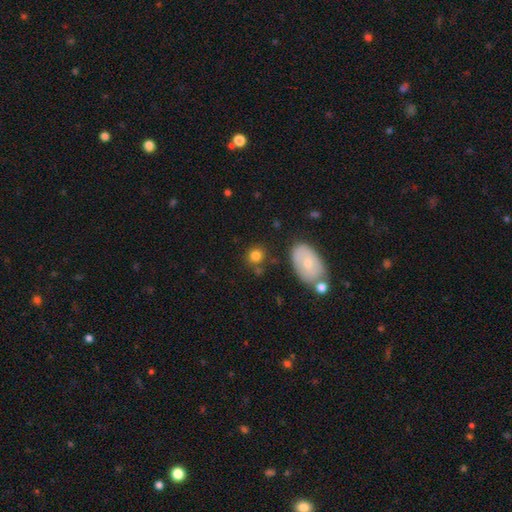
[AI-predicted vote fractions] This is clearly a smooth galaxy (81%). How rounded: likely round (78%). Merging: likely none (75%).